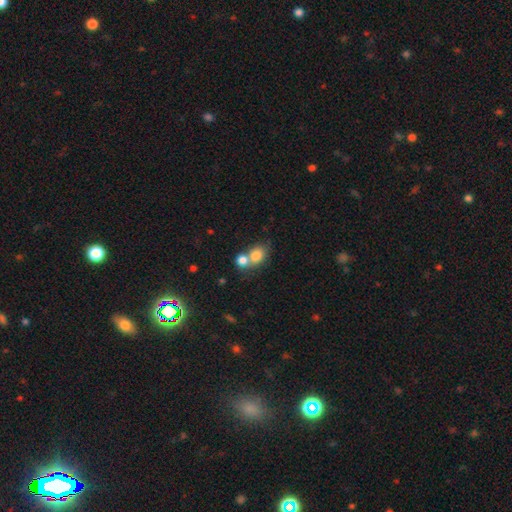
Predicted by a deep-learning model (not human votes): A smooth galaxy with no disk features (79%) that is round (54%).

Vote fractions:
- Smooth or featured? smooth: 79% / featured or disk: 11% / star or artifact: 10%
- How rounded? round: 54% / in between: 44% / cigar-shaped: 1%
- Merging? merger: 54% / none: 34% / minor disturbance: 8% / major disturbance: 4%